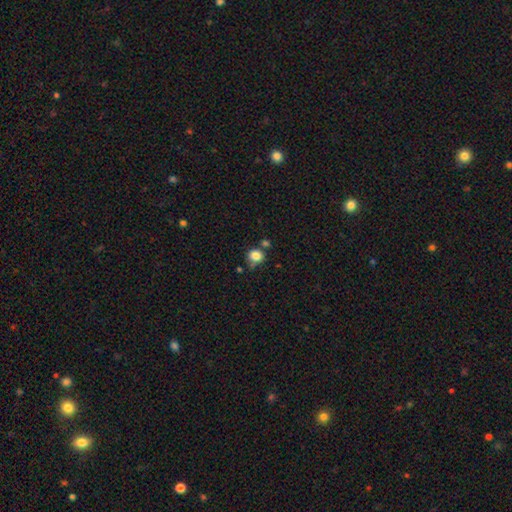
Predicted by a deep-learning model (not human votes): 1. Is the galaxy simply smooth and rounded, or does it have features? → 84% smooth, 11% star or artifact, 6% featured or disk.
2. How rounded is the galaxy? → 76% round, 23% in between, 1% cigar-shaped.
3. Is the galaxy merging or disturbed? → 65% none, 17% minor disturbance, 13% merger, 5% major disturbance.